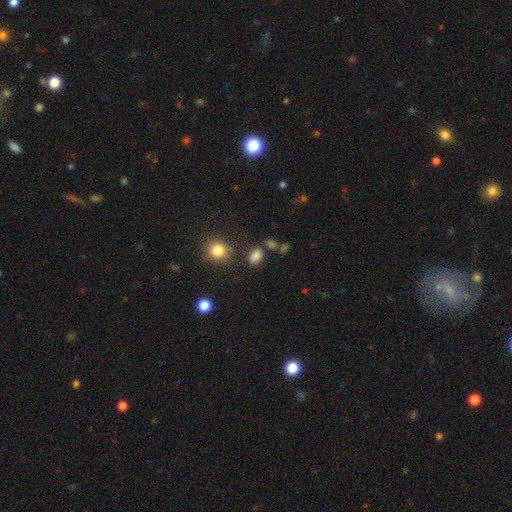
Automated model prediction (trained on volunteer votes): The model was most divided on "how rounded": in between: 75%, round: 23%, cigar-shaped: 2%. More confident: smooth or featured — smooth (81%); merging — none (69%).